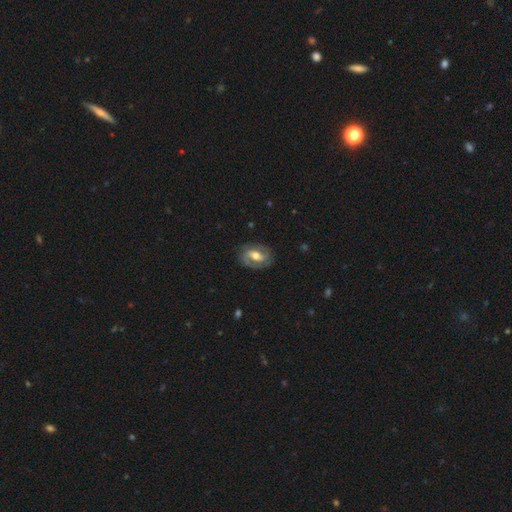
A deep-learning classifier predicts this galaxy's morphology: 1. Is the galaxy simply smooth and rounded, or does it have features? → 78% featured or disk, 17% smooth, 5% star or artifact.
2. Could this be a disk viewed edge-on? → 96% no, 4% yes.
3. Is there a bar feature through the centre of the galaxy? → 42% weak, 36% strong, 22% no.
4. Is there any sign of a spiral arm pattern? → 86% yes, 14% no.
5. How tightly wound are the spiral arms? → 45% medium, 38% tight, 17% loose.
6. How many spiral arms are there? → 86% 2, 7% can't tell, 3% 1, 2% 3, 1% 4, 1% more than 4.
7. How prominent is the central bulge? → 70% moderate, 15% small, 13% large, 1% none, 1% dominant.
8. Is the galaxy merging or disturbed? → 80% none, 14% minor disturbance, 5% major disturbance, 1% merger.